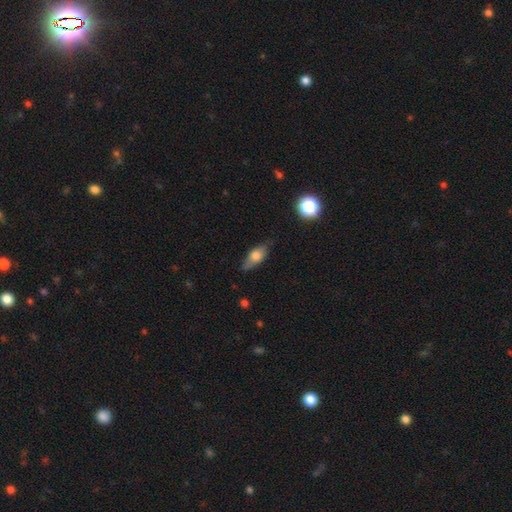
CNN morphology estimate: smooth 62%, featured or disk 30%, star or artifact 8%. Down the decision tree: how rounded — in between (72%); merging — none (70%).